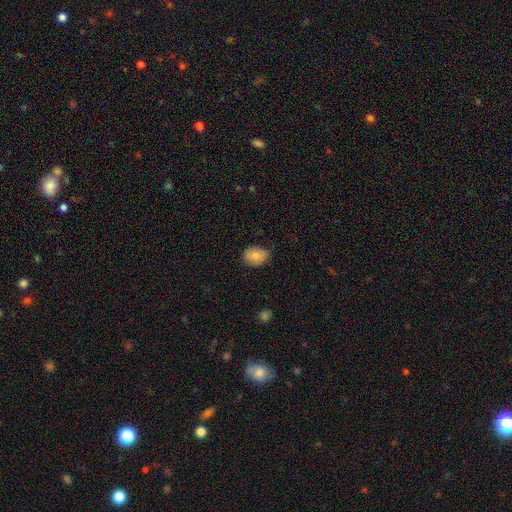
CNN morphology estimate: Overall: smooth (84%). How rounded: in between (61%; round 38%). Merging: none (64%; minor disturbance 30%).